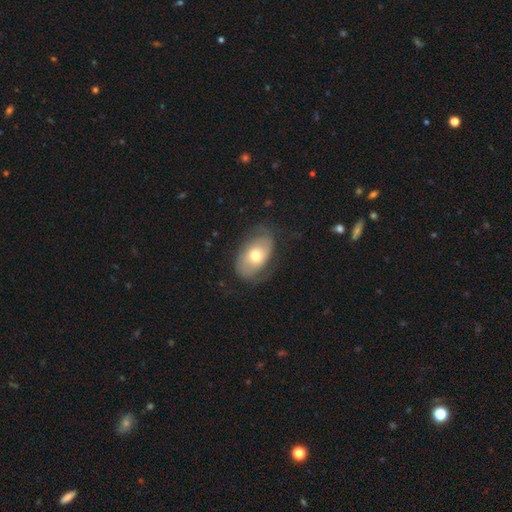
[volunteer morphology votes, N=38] smooth_or_featured: smooth (p=0.55) [alt: featured or disk p=0.34]
how_rounded: in between (p=0.95) [alt: round p=0.05]
merging: none (p=0.68) [alt: minor disturbance p=0.24]